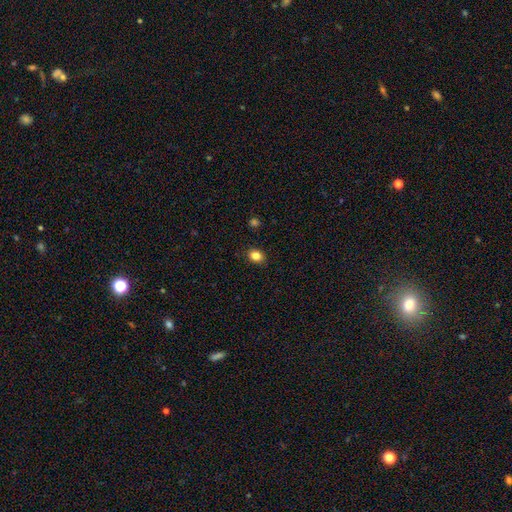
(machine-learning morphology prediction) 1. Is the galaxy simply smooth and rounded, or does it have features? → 83% smooth, 11% star or artifact, 6% featured or disk.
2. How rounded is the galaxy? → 51% in between, 48% round, 1% cigar-shaped.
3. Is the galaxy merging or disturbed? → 89% none, 8% minor disturbance, 2% major disturbance, 1% merger.